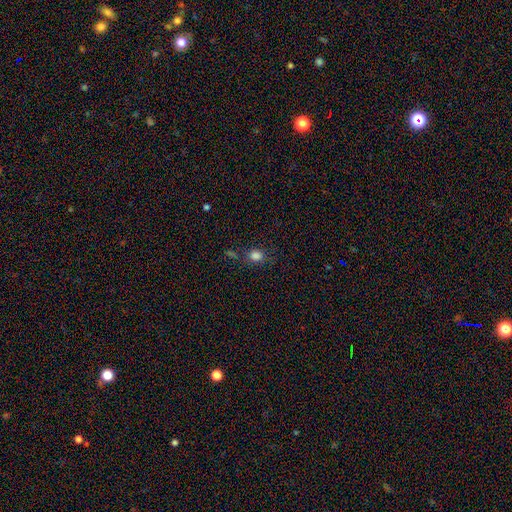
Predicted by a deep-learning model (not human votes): The model was most divided on "how rounded": round: 59%, in between: 39%, cigar-shaped: 2%. More confident: smooth or featured — smooth (80%); merging — none (73%).